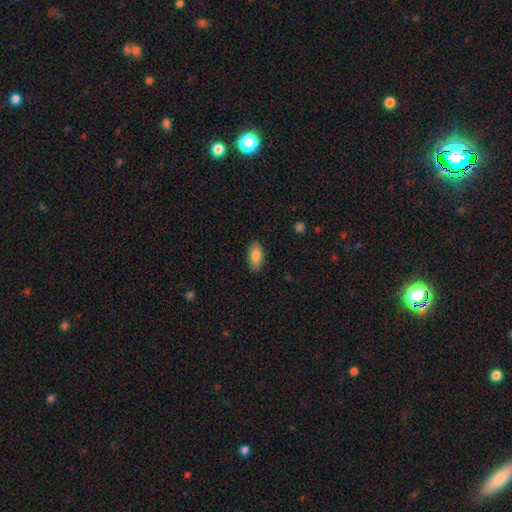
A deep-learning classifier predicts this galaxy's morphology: A smooth galaxy with no disk features (85%) that is in between round and cigar-shaped (89%). Merging: none (88%).